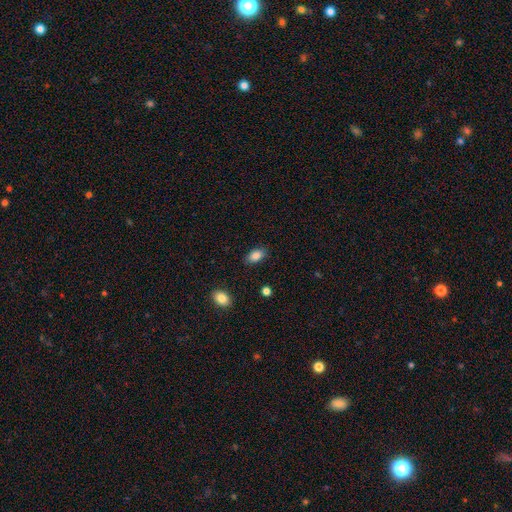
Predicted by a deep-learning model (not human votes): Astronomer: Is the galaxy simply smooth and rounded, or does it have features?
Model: smooth — 86%.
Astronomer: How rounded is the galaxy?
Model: in between — 90%.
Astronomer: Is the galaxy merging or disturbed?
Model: none — 85%.